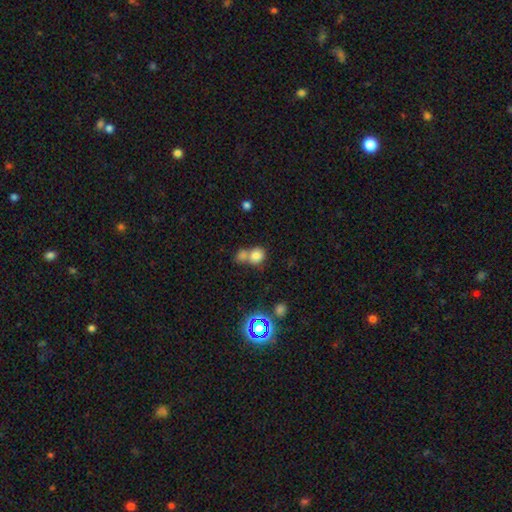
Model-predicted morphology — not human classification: Smooth or featured?
  - smooth: 78% *
  - star or artifact: 14%
  - featured or disk: 8%
How rounded?
  - round: 75% *
  - in between: 24%
  - cigar-shaped: 1%
Merging?
  - merger: 52% *
  - none: 37%
  - minor disturbance: 7%
  - major disturbance: 4%